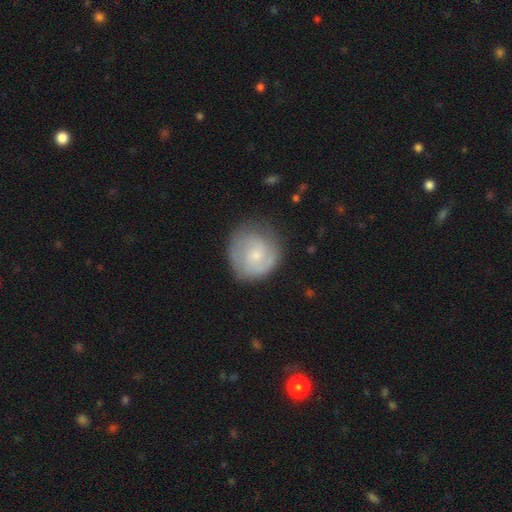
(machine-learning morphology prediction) smooth_or_featured: featured or disk (p=0.54) [alt: smooth p=0.40]
disk_edge_on: no (p=0.98) [alt: yes p=0.02]
bar: no (p=0.70) [alt: weak p=0.26]
has_spiral_arms: yes (p=0.82) [alt: no p=0.18]
bulge_size: small (p=0.68) [alt: moderate p=0.25]
merging: none (p=0.72) [alt: minor disturbance p=0.19]